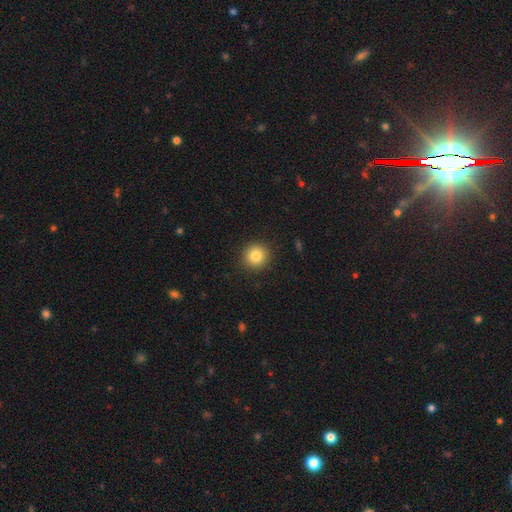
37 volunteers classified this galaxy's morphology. A smooth galaxy with no disk features (86%) that is round (97%).

Vote fractions:
- Smooth or featured? smooth: 86% / featured or disk: 14% / star or artifact: 0%
- How rounded? round: 97% / in between: 3% / cigar-shaped: 0%
- Merging? none: 89% / minor disturbance: 11% / major disturbance: 0% / merger: 0%